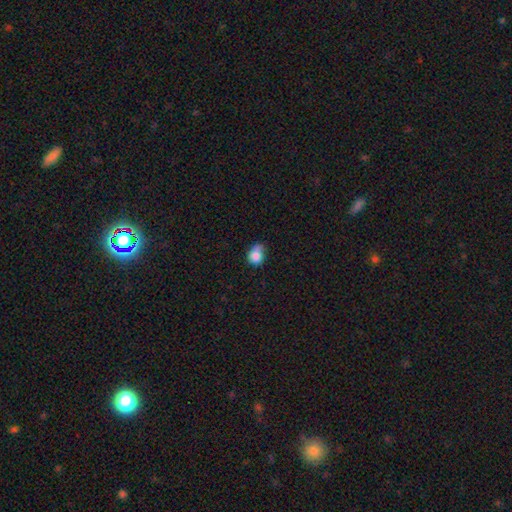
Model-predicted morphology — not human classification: smooth 82%, star or artifact 9%, featured or disk 9%. Down the decision tree: how rounded — round (58%); merging — minor disturbance (38%, tied with none).